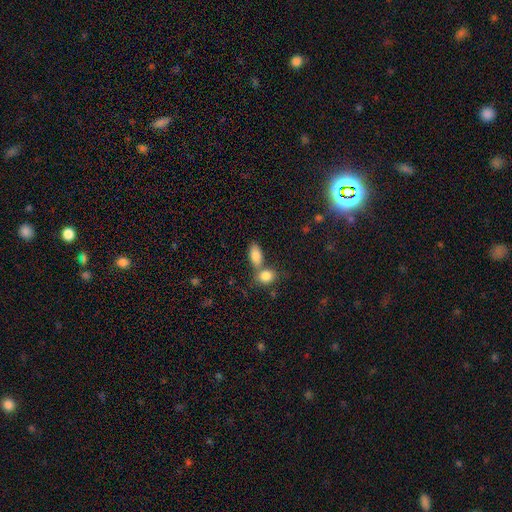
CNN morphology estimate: smooth_or_featured: smooth (p=0.84) [alt: featured or disk p=0.08]
how_rounded: in between (p=0.89) [alt: round p=0.07]
merging: merger (p=0.44) [alt: none p=0.43]